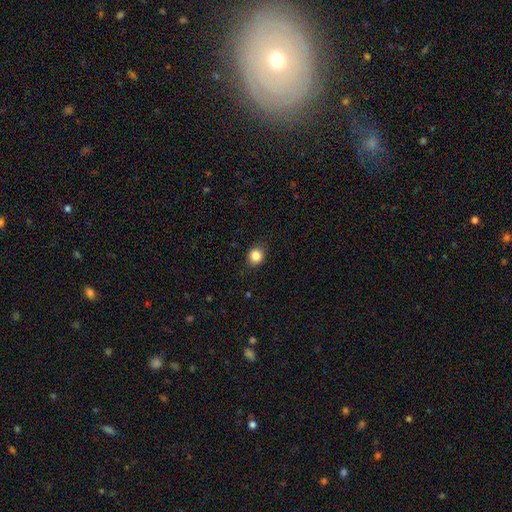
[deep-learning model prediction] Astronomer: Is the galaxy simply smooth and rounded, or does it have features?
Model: smooth — 86%.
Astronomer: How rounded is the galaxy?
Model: round — 70%.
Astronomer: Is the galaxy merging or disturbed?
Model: none — 84%.